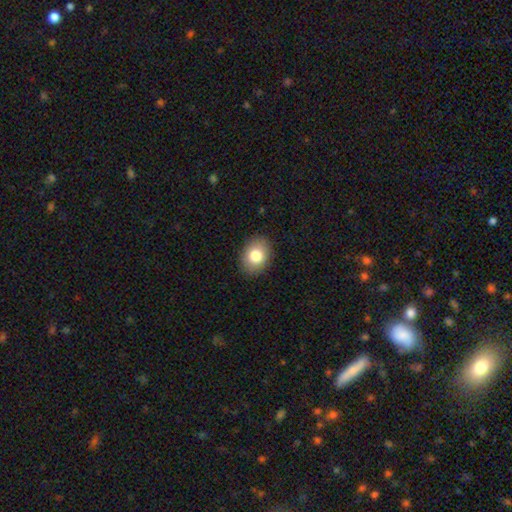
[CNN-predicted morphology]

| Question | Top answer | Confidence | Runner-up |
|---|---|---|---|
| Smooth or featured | smooth | 82% | featured or disk (10%) |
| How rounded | in between | 64% | round (35%) |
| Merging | none | 88% | minor disturbance (8%) |